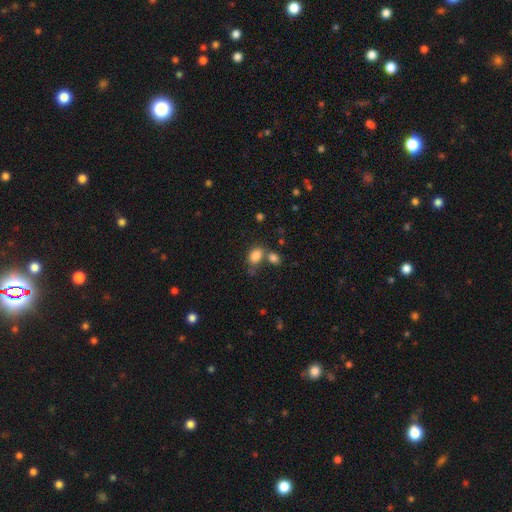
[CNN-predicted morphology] A smooth galaxy with no disk features (84%) that is in between round and cigar-shaped (84%). Merging: none (50%).